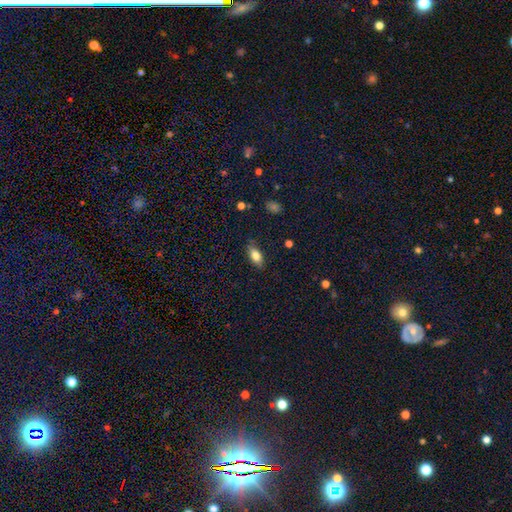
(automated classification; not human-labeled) smooth 80%, featured or disk 12%, star or artifact 8%. Down the decision tree: how rounded — in between (87%); merging — none (82%).